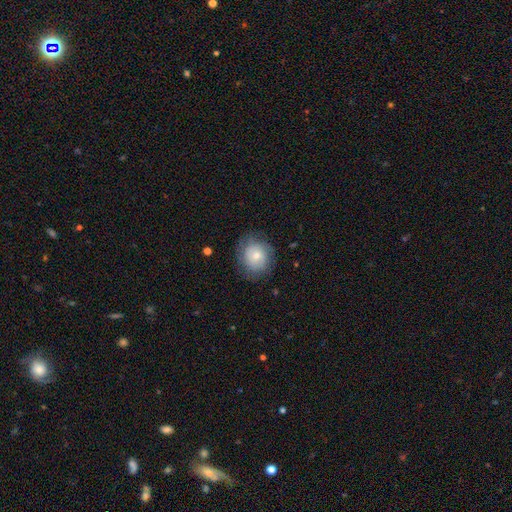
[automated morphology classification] type=smooth (62%); roundness=round (78%); merging=none (75%).